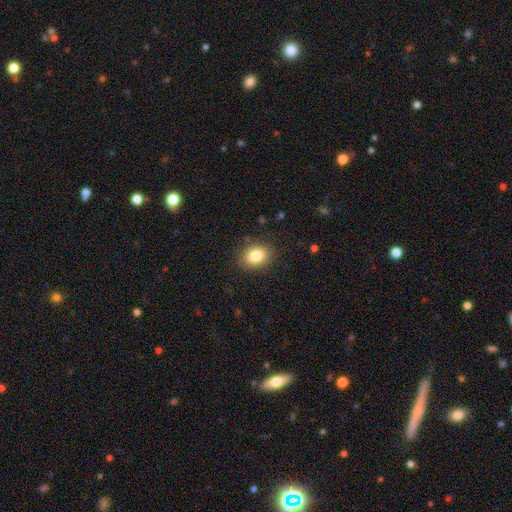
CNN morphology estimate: This appears to be a smooth galaxy with no disk features (82%) that is in between round and cigar-shaped (61%). Merging: none (87%).